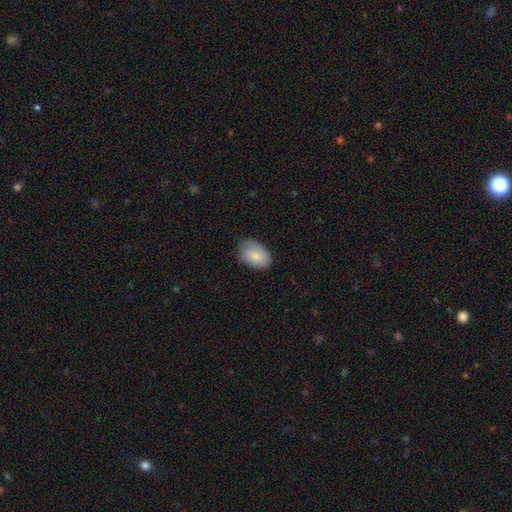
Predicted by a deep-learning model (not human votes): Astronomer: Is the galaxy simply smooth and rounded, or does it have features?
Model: smooth — 81%.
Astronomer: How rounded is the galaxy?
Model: in between — 88%.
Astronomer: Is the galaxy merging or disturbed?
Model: none — 75%.